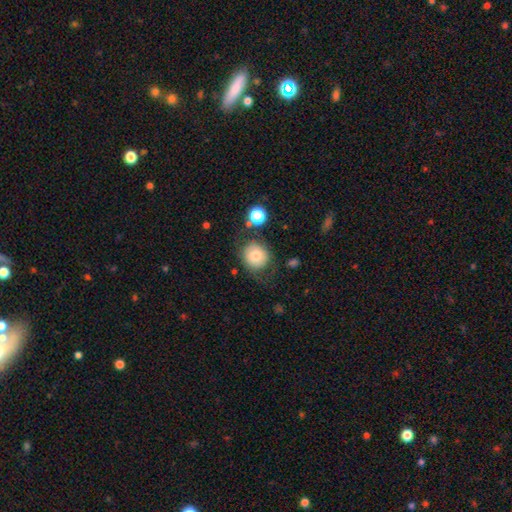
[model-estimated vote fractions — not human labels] smooth_or_featured: smooth (p=0.74) [alt: featured or disk p=0.15]
how_rounded: round (p=0.87) [alt: in between p=0.12]
merging: none (p=0.68) [alt: minor disturbance p=0.17]